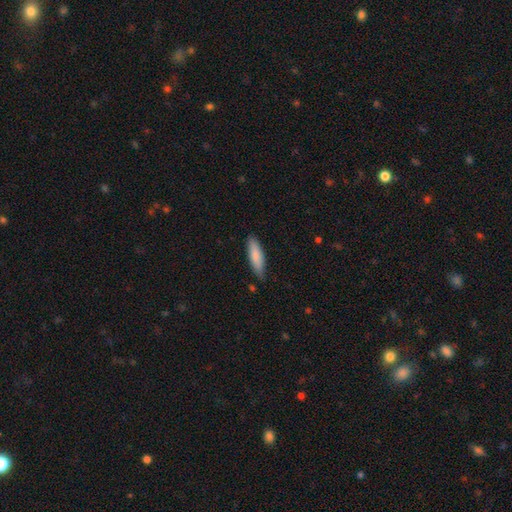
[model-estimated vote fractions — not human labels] smooth 82%, featured or disk 13%, star or artifact 5%. Down the decision tree: how rounded — cigar-shaped (59%); merging — none (81%).